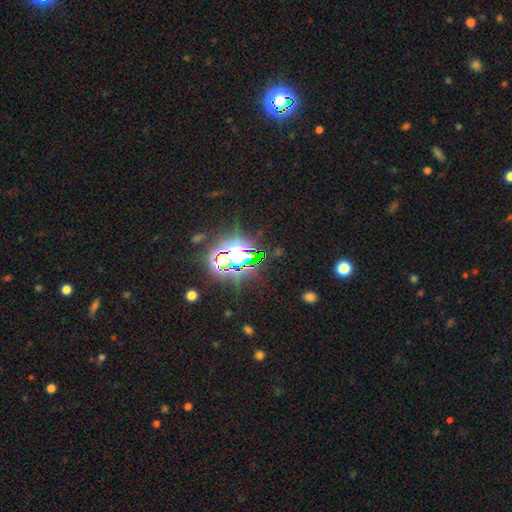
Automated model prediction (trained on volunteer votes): The model was most divided on "smooth or featured": star or artifact: 78%, smooth: 12%, featured or disk: 10%.